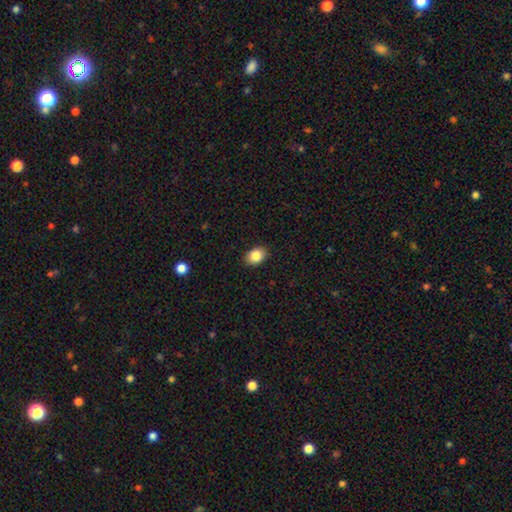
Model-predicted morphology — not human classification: Smooth or featured? smooth (85%)
How rounded? in between (70%)
Merging? none (89%)